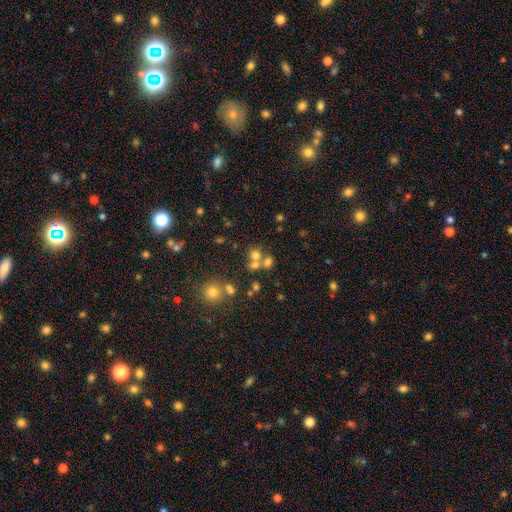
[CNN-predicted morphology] Smooth or featured? Predicted: smooth (p=0.62). How rounded? Predicted: round (p=0.82). Merging? Predicted: none (p=0.47).